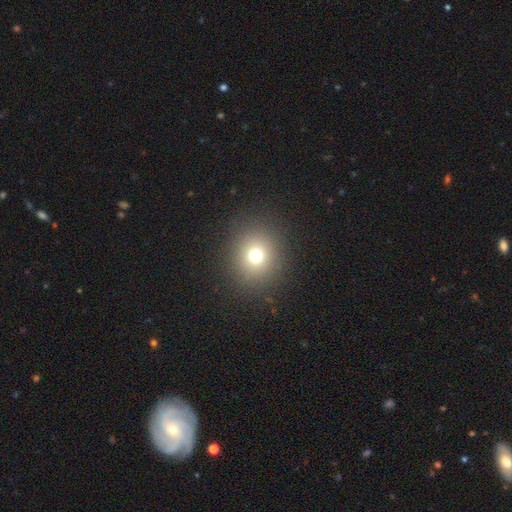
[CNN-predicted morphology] The model was most divided on "smooth or featured": smooth: 73%, star or artifact: 17%, featured or disk: 10%. More confident: merging — none (89%); how rounded — round (83%).